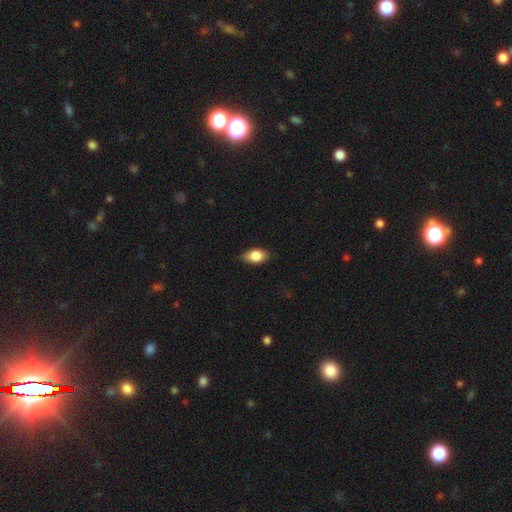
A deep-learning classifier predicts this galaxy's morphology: Smooth or featured: smooth — 84% (featured or disk — 9%)
How rounded: in between — 90% (round — 7%)
Merging: none — 82% (minor disturbance — 15%)